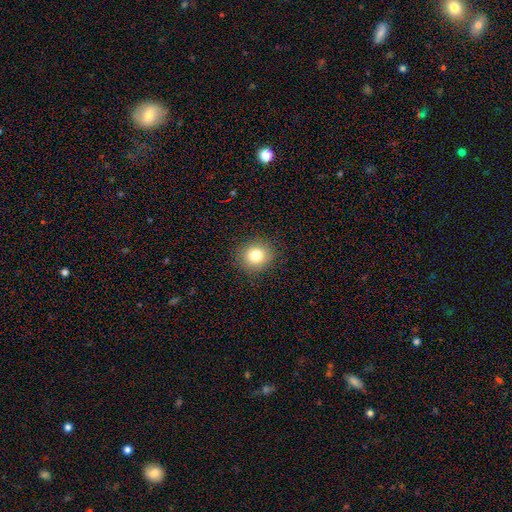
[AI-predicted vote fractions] Morphology: type=smooth (80%); roundness=round (85%); merging=none (89%).